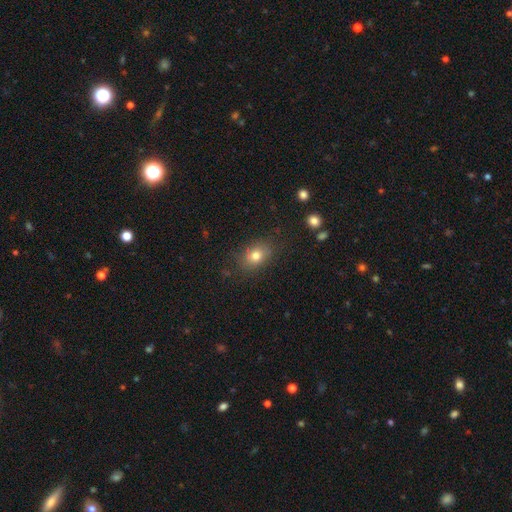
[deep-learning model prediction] A smooth galaxy with no disk features (77%) that is in between round and cigar-shaped (68%).

Vote fractions:
- Smooth or featured? smooth: 77% / featured or disk: 12% / star or artifact: 11%
- How rounded? in between: 68% / round: 31% / cigar-shaped: 1%
- Merging? none: 78% / minor disturbance: 15% / major disturbance: 5% / merger: 2%